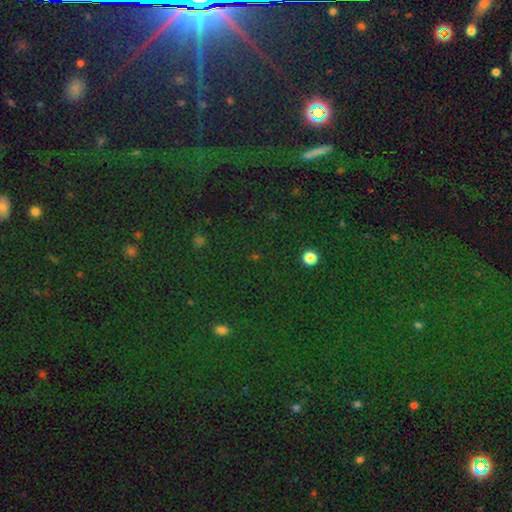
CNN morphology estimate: Q: Smooth or featured?
A: star or artifact (81%); runner-up: smooth (10%)